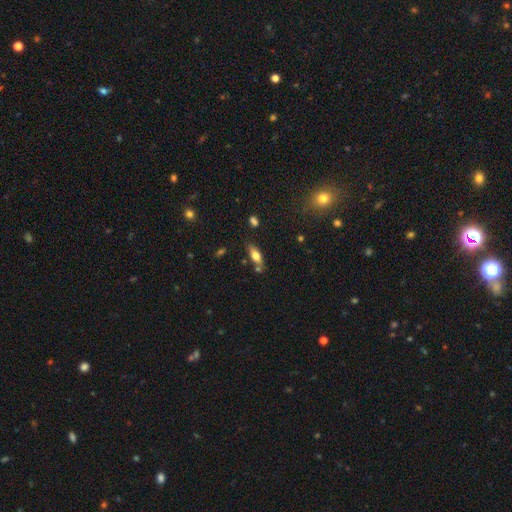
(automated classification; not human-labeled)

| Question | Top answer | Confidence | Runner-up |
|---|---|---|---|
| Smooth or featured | smooth | 69% | featured or disk (23%) |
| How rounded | in between | 72% | cigar-shaped (25%) |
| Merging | none | 69% | minor disturbance (17%) |